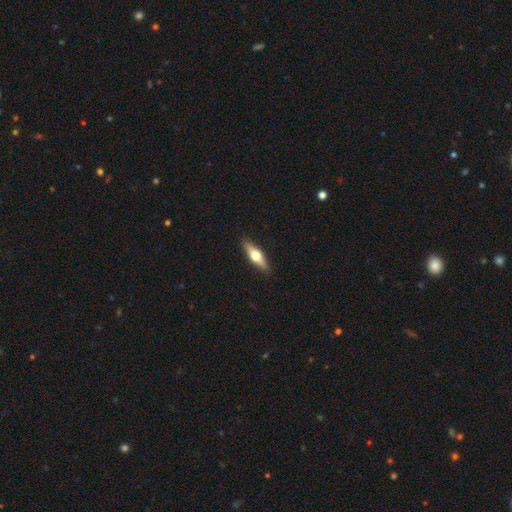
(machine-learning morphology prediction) Smooth or featured?
  - featured or disk: 57% *
  - smooth: 38%
  - star or artifact: 6%
Edge-on disk?
  - yes: 94% *
  - no: 6%
Edge-on bulge?
  - rounded: 96% *
  - boxy: 3%
  - none: 2%
Merging?
  - none: 90% *
  - minor disturbance: 7%
  - major disturbance: 2%
  - merger: 1%